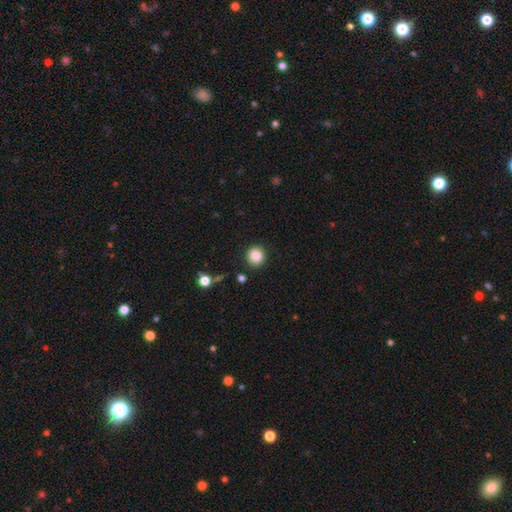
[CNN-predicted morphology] smooth_or_featured: smooth (p=0.86) [alt: star or artifact p=0.10]
how_rounded: round (p=0.88) [alt: in between p=0.11]
merging: none (p=0.88) [alt: minor disturbance p=0.07]